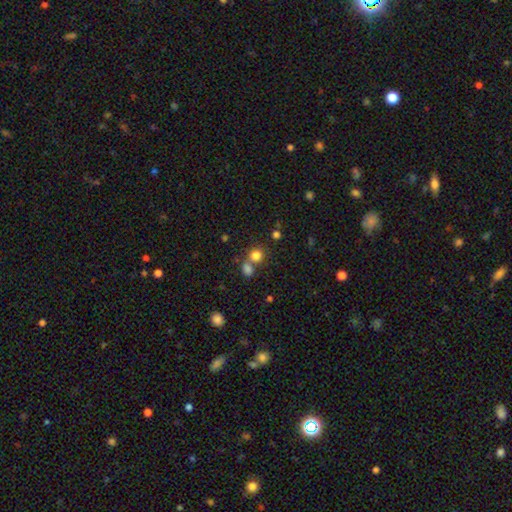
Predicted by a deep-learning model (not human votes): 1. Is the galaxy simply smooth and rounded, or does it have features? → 80% smooth, 14% star or artifact, 6% featured or disk.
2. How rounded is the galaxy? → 82% round, 17% in between, 1% cigar-shaped.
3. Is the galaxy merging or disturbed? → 56% none, 33% merger, 8% minor disturbance, 3% major disturbance.